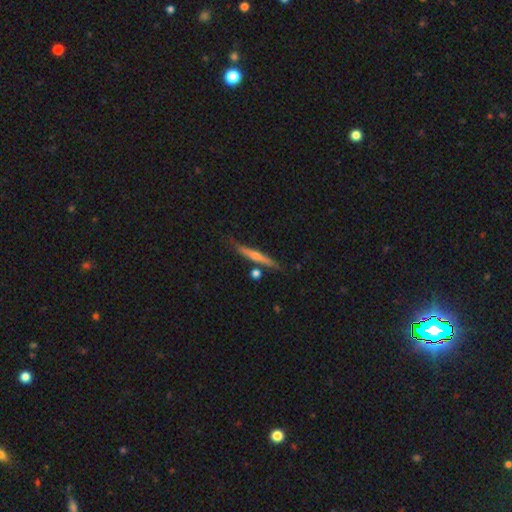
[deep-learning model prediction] This is possibly a featured or disk galaxy (57%). It is clearly viewed edge-on (96%). Edge-on bulge: likely rounded (61%). Merging: likely none (79%).